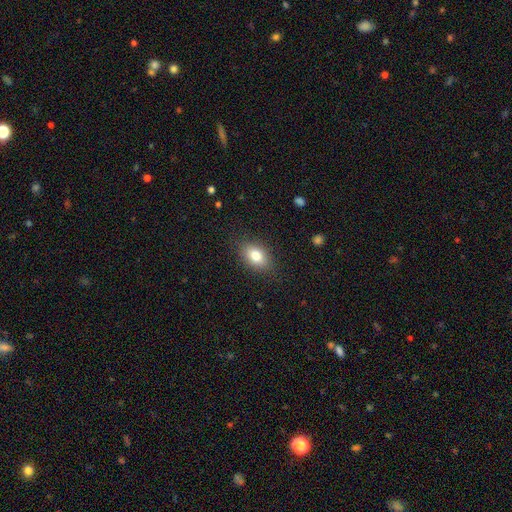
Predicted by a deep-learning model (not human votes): Smooth or featured? smooth (80%)
How rounded? in between (83%)
Merging? none (85%)